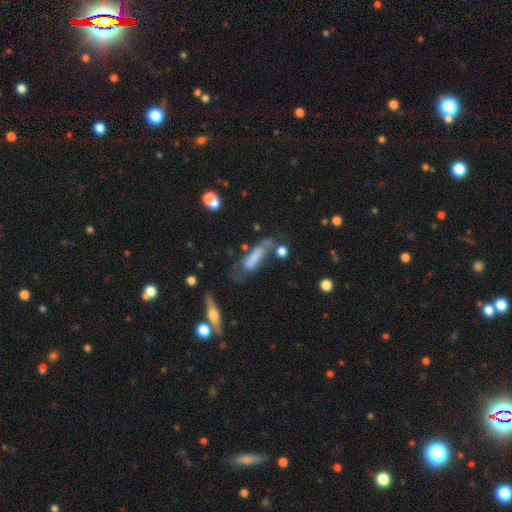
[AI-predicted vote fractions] The model was most divided on "merging" (2-way tie): major disturbance: 30%, none: 30%, minor disturbance: 24%, merger: 16%. More confident: smooth or featured — smooth (59%); how rounded — cigar-shaped (58%).